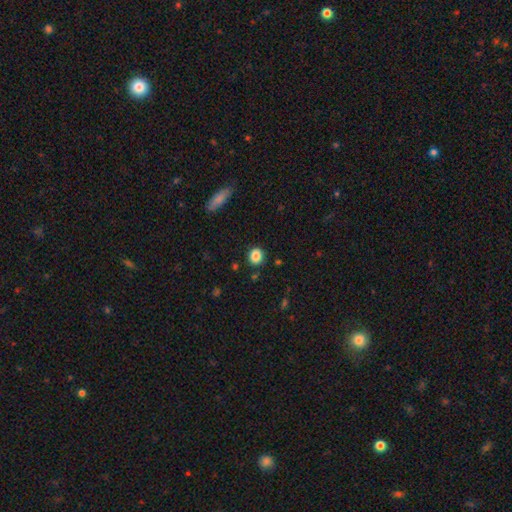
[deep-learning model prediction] Smooth or featured: smooth — 86% (star or artifact — 10%)
How rounded: round — 80% (in between — 19%)
Merging: none — 88% (minor disturbance — 7%)